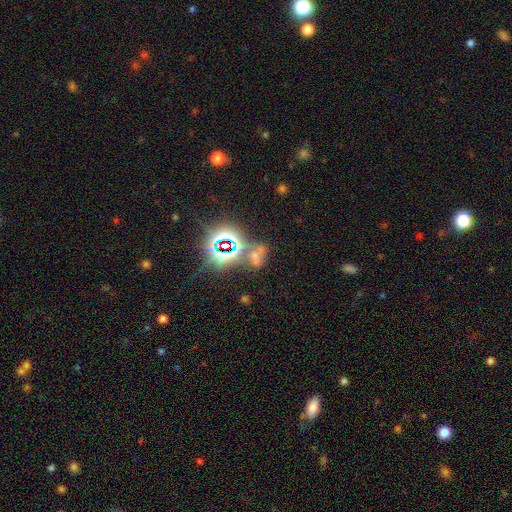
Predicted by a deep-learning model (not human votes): This appears to be a star or artifact, not a galaxy (56%).